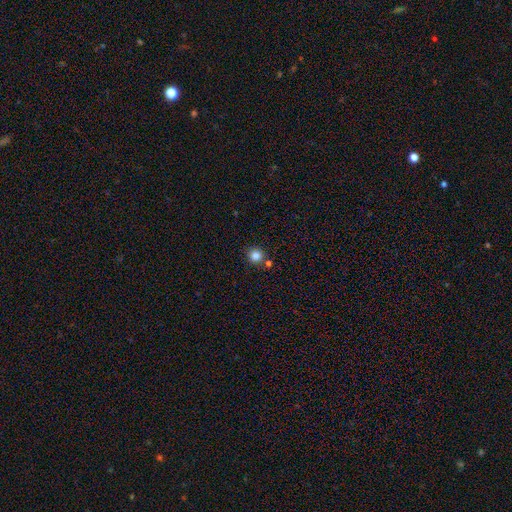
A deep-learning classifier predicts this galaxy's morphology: A smooth galaxy with no disk features (84%) that is round (93%).

Vote fractions:
- Smooth or featured? smooth: 84% / star or artifact: 12% / featured or disk: 5%
- How rounded? round: 93% / in between: 6% / cigar-shaped: 1%
- Merging? none: 81% / merger: 9% / minor disturbance: 8% / major disturbance: 2%